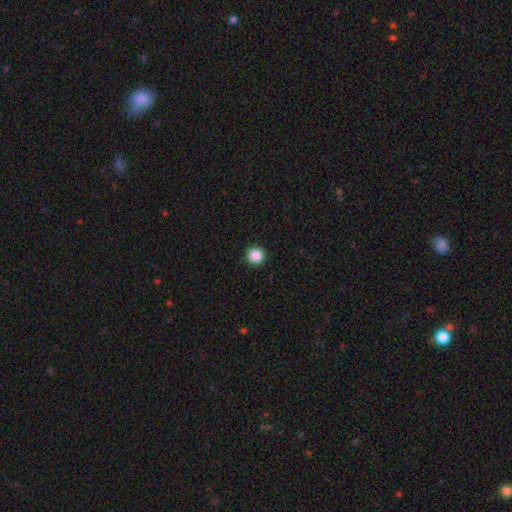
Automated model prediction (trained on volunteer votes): A smooth galaxy with no disk features (86%) that is round (96%). Merging: none (94%).